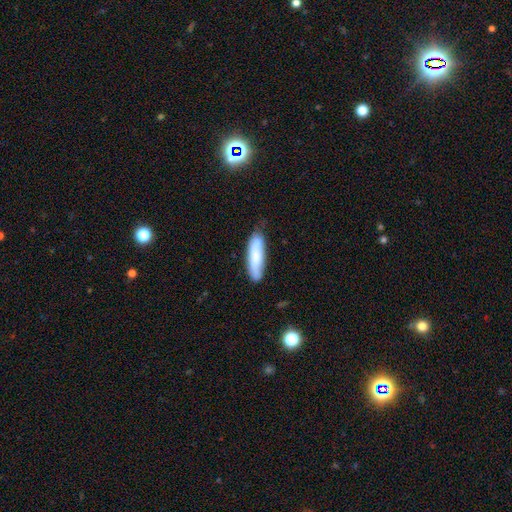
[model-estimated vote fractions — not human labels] Smooth or featured? smooth (75%)
How rounded? cigar-shaped (65%)
Merging? none (72%)